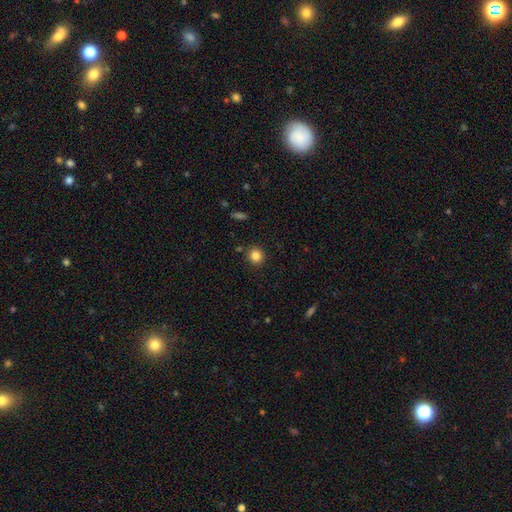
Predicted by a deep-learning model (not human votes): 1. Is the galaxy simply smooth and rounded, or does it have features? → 84% smooth, 11% star or artifact, 5% featured or disk.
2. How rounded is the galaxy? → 90% round, 9% in between, 1% cigar-shaped.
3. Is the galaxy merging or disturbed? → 88% none, 7% minor disturbance, 3% merger, 2% major disturbance.